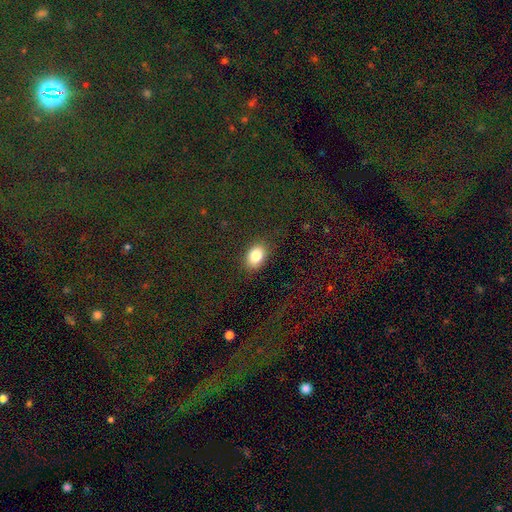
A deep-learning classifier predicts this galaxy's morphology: A smooth galaxy with no disk features (83%) that is in between round and cigar-shaped (83%). Merging: none (86%).